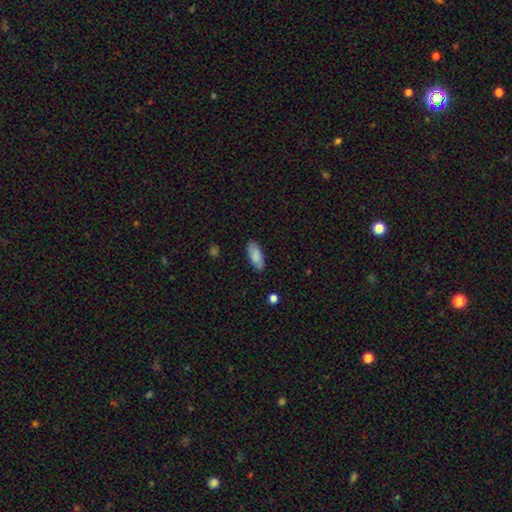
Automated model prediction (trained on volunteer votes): Smooth or featured?
  - smooth: 86% *
  - featured or disk: 8%
  - star or artifact: 6%
How rounded?
  - in between: 78% *
  - cigar-shaped: 20%
  - round: 2%
Merging?
  - none: 83% *
  - minor disturbance: 13%
  - major disturbance: 2%
  - merger: 1%